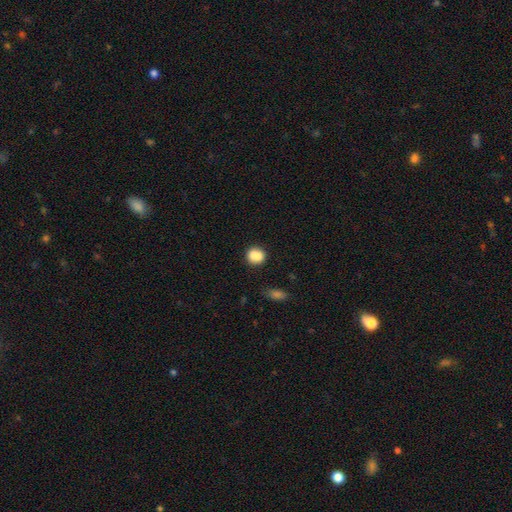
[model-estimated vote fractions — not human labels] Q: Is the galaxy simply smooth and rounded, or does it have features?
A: smooth — 83%.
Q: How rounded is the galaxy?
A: round — 73%.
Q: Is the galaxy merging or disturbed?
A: none — 63%.